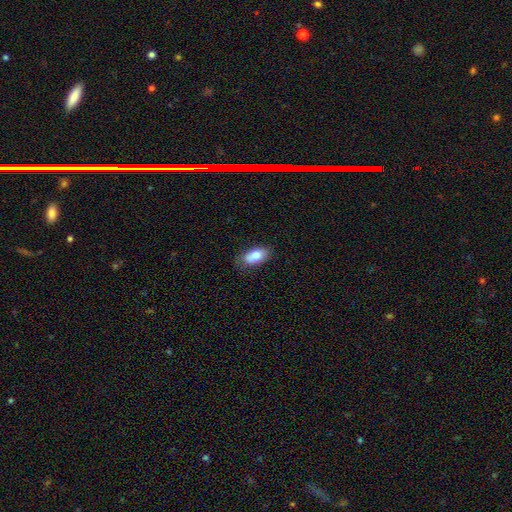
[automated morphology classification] smooth_or_featured: smooth (p=0.78) [alt: featured or disk p=0.14]
how_rounded: in between (p=0.90) [alt: round p=0.05]
merging: none (p=0.76) [alt: minor disturbance p=0.19]